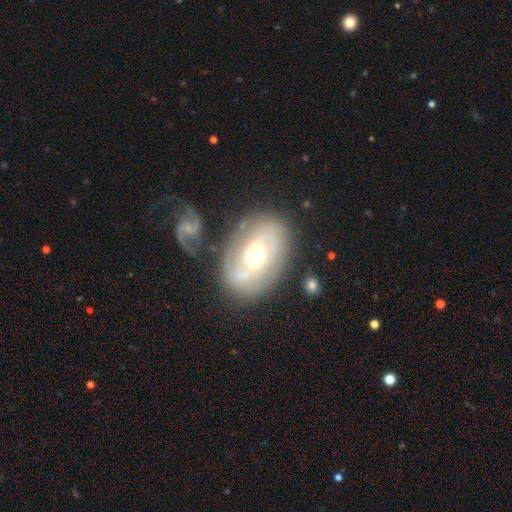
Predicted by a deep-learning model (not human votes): Morphology: type=featured or disk (76%); edge-on=no (96%); bar=no (55%); spiral arms=yes (82%); winding=tight (42%); arm count=2 (69%); bulge=moderate (74%); merging=none (65%).